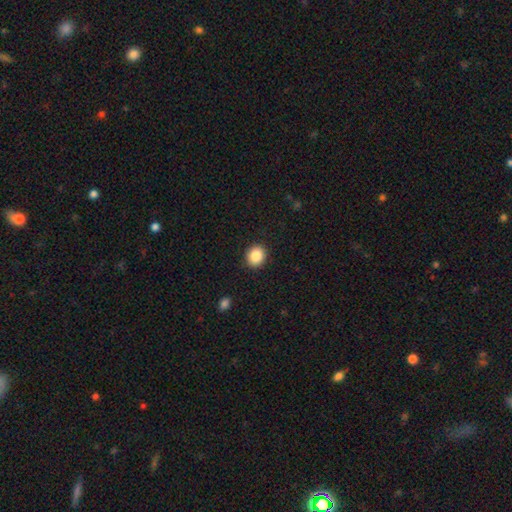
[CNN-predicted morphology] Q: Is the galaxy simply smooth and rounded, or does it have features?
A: smooth — 86%.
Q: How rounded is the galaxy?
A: round — 74%.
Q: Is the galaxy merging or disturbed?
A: none — 91%.